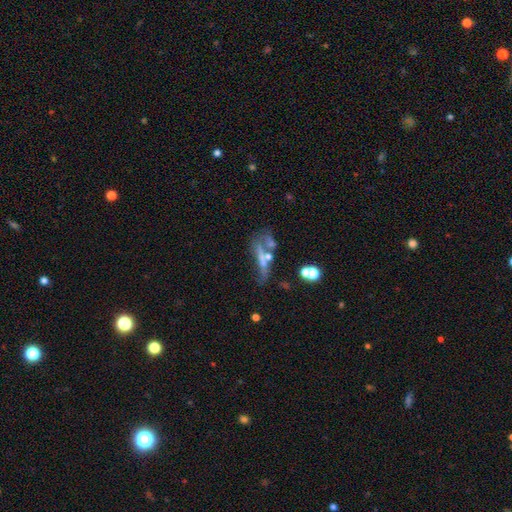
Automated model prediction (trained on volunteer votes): The model was most divided on "merging": major disturbance: 29%, none: 28%, merger: 26%, minor disturbance: 17%. Remaining: smooth or featured — featured or disk (47%).